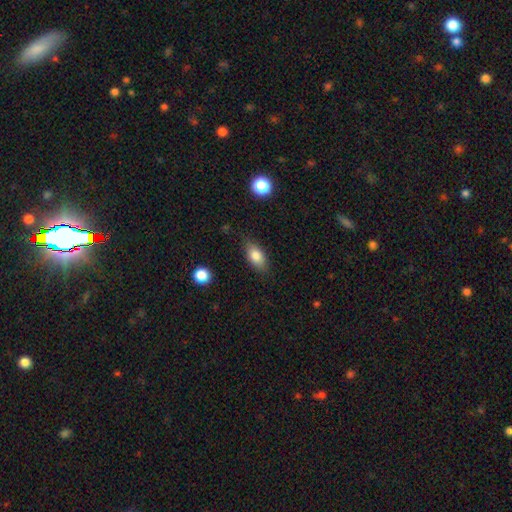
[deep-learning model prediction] Q: Smooth or featured?
A: smooth (82%); runner-up: featured or disk (10%)
Q: How rounded?
A: in between (87%); runner-up: round (7%)
Q: Merging?
A: none (79%); runner-up: minor disturbance (16%)